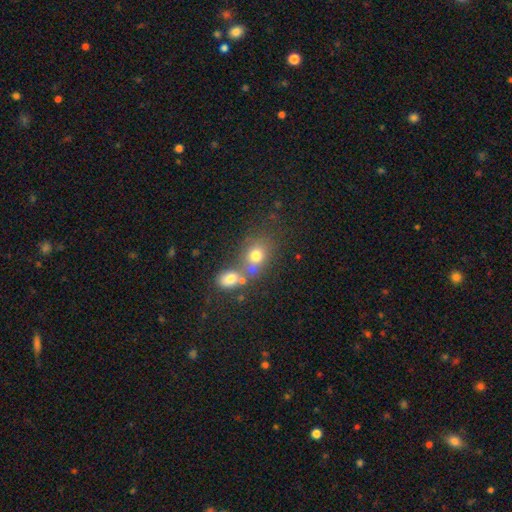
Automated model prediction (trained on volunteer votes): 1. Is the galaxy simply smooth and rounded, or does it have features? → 72% smooth, 14% star or artifact, 14% featured or disk.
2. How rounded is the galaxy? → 57% round, 41% in between, 1% cigar-shaped.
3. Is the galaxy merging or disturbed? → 42% merger, 40% none, 11% minor disturbance, 6% major disturbance.